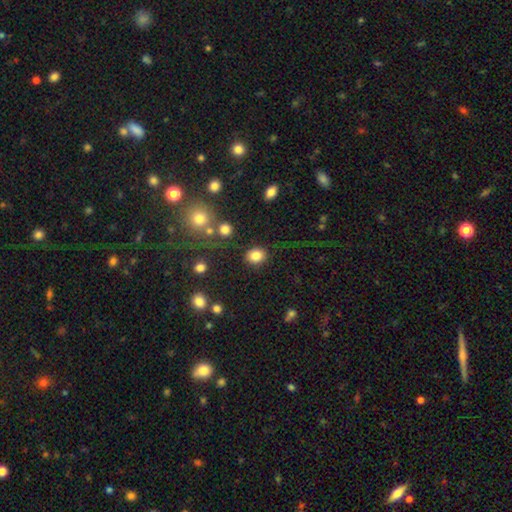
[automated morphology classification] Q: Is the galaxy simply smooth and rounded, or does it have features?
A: smooth — 84%.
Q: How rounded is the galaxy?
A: round — 63%.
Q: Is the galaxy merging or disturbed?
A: none — 85%.